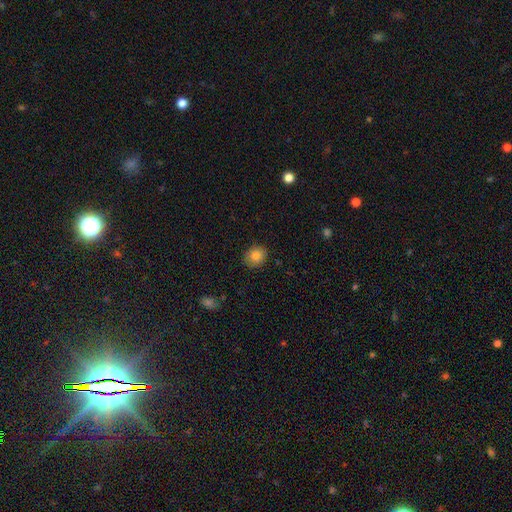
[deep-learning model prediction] A smooth galaxy with no disk features (83%) that is round (78%).

Vote fractions:
- Smooth or featured? smooth: 83% / star or artifact: 10% / featured or disk: 7%
- How rounded? round: 78% / in between: 21% / cigar-shaped: 1%
- Merging? none: 88% / minor disturbance: 9% / major disturbance: 2% / merger: 1%